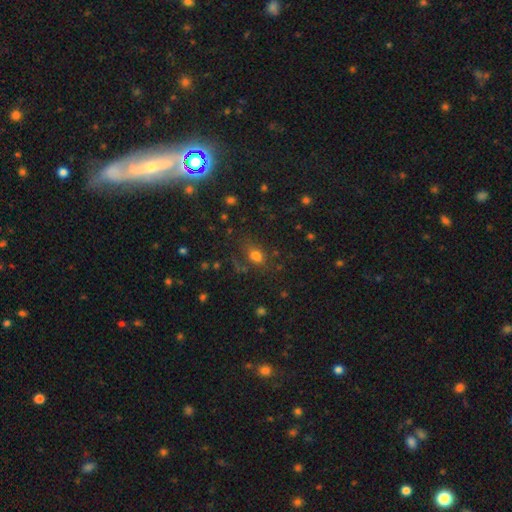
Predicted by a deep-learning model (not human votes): Smooth or featured? smooth (70%)
How rounded? in between (61%)
Merging? none (62%)